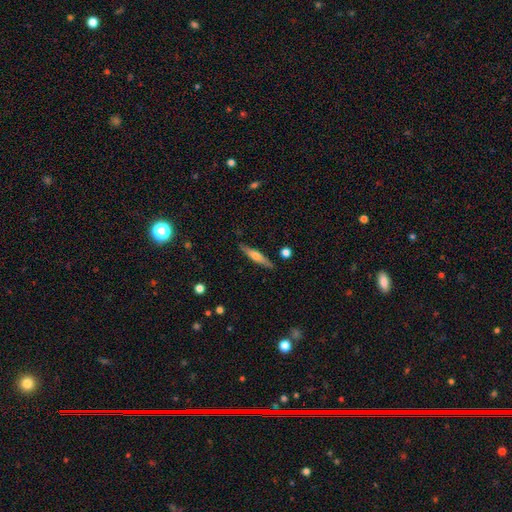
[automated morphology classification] Q: Smooth or featured?
A: featured or disk (50%); runner-up: smooth (43%)
Q: Edge-on disk?
A: yes (94%); runner-up: no (6%)
Q: Merging?
A: none (87%); runner-up: minor disturbance (9%)